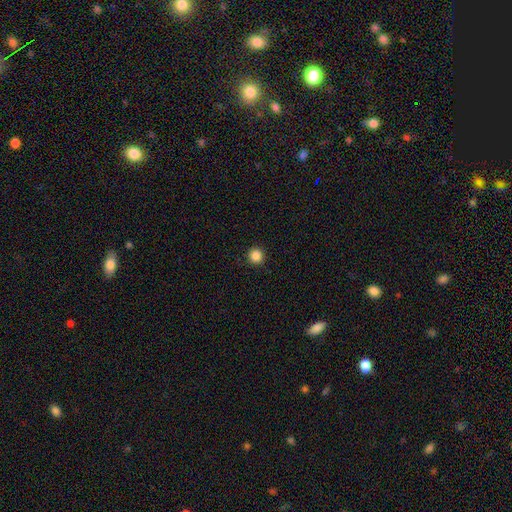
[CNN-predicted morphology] smooth_or_featured: smooth (p=0.86) [alt: star or artifact p=0.11]
how_rounded: round (p=0.96) [alt: in between p=0.03]
merging: none (p=0.93) [alt: minor disturbance p=0.04]